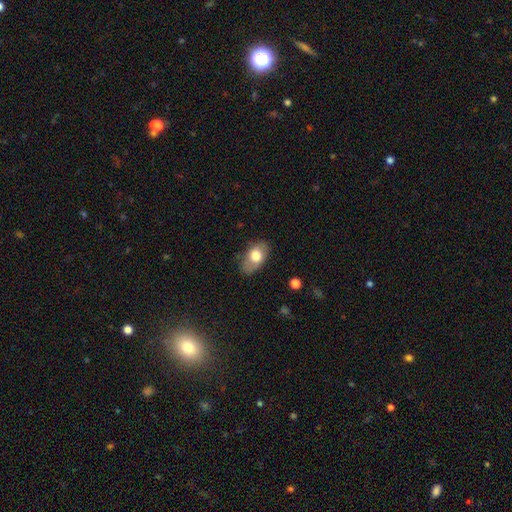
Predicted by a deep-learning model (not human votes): Overall: smooth (72%). How rounded: in between (90%). Merging: none (75%).